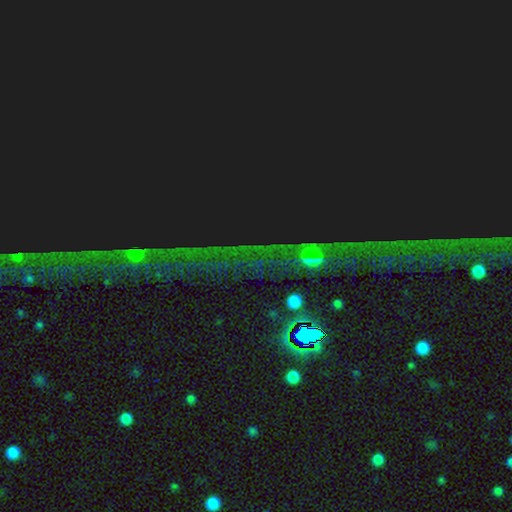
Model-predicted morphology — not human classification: Smooth or featured: star or artifact — 84% (featured or disk — 9%)